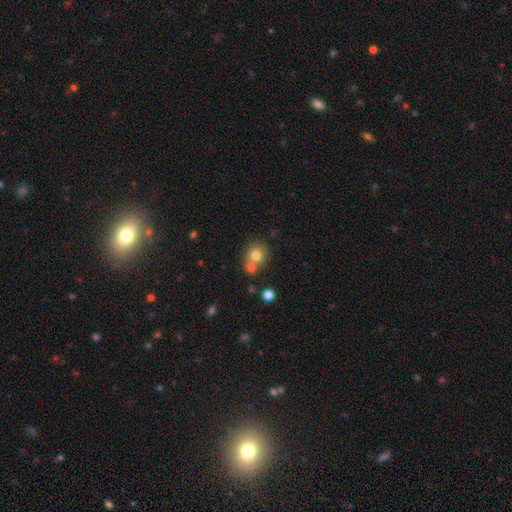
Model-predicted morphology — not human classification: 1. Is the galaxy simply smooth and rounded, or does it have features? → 77% smooth, 12% featured or disk, 11% star or artifact.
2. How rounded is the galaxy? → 77% round, 23% in between, 1% cigar-shaped.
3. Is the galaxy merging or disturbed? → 47% none, 39% merger, 10% minor disturbance, 4% major disturbance.